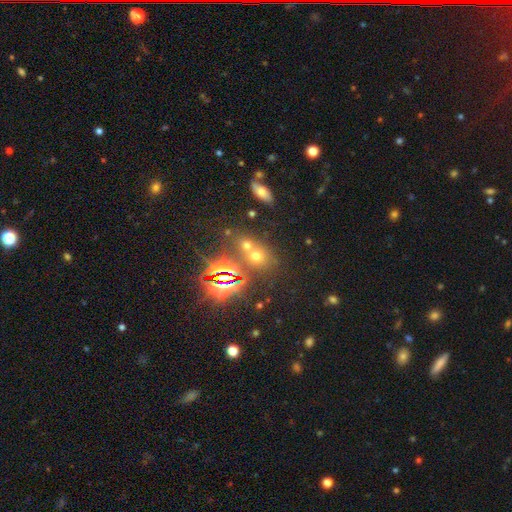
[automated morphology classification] type=smooth (49%); merging=none (45%).